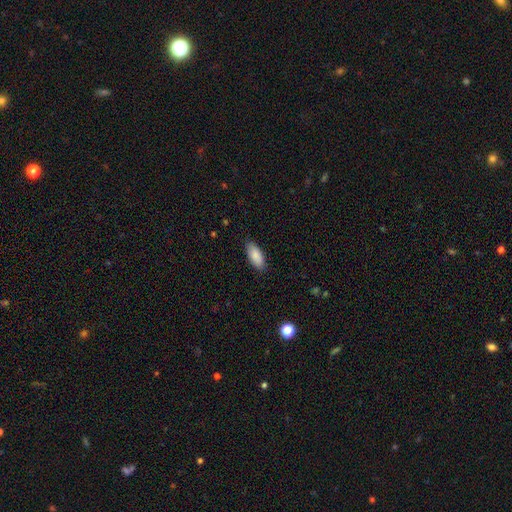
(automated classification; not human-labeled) smooth-or-featured: smooth: 88% | star or artifact: 6% | featured or disk: 6%
  how-rounded: in between: 87% | cigar-shaped: 12% | round: 2%
  merging: none: 86% | minor disturbance: 10% | major disturbance: 2% | merger: 1%